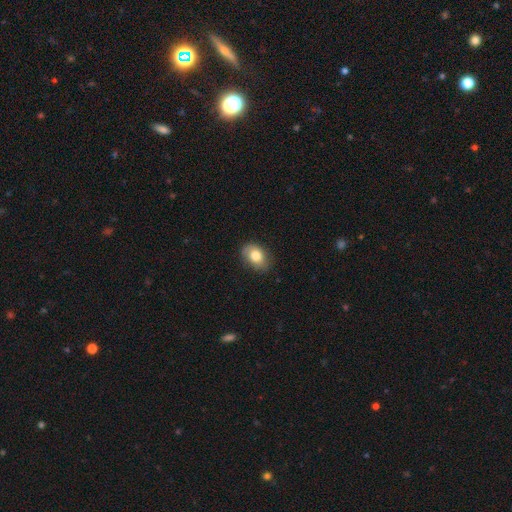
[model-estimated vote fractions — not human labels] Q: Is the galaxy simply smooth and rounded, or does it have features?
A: smooth — 78%.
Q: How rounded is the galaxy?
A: in between — 78%.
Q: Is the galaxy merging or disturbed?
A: none — 77%.